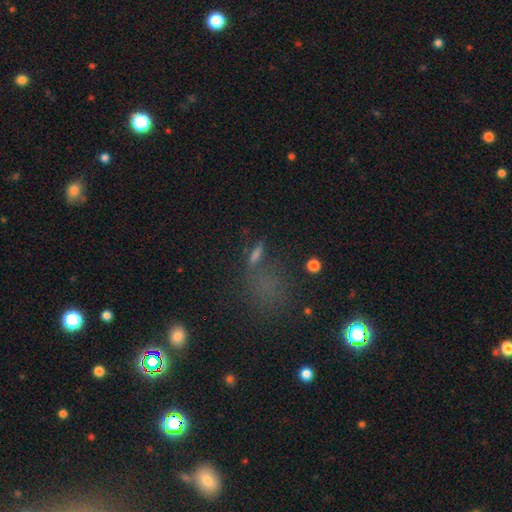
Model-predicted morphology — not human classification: type=smooth (45%); merging=none (52%).